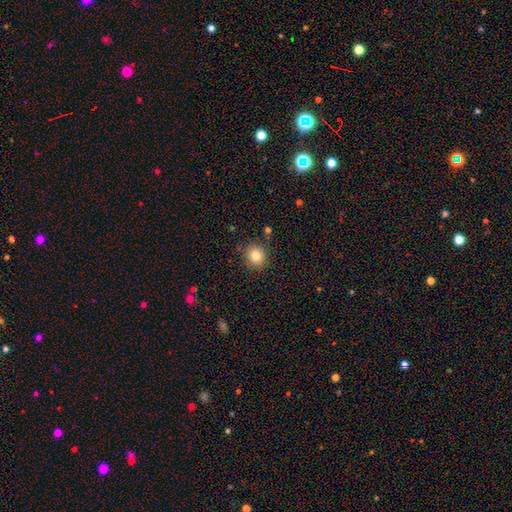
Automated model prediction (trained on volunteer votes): smooth-or-featured: smooth: 82% | star or artifact: 11% | featured or disk: 7%
  how-rounded: round: 85% | in between: 14% | cigar-shaped: 1%
  merging: none: 87% | minor disturbance: 8% | major disturbance: 3% | merger: 2%